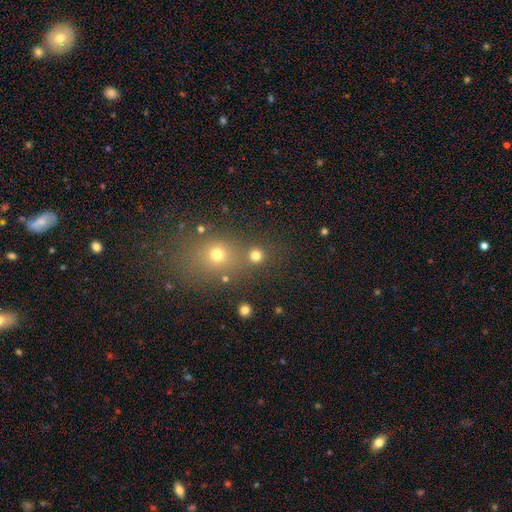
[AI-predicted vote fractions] A smooth galaxy with no disk features (76%) that is round (89%).

Vote fractions:
- Smooth or featured? smooth: 76% / star or artifact: 17% / featured or disk: 6%
- How rounded? round: 89% / in between: 9% / cigar-shaped: 1%
- Merging? none: 69% / merger: 20% / minor disturbance: 7% / major disturbance: 4%